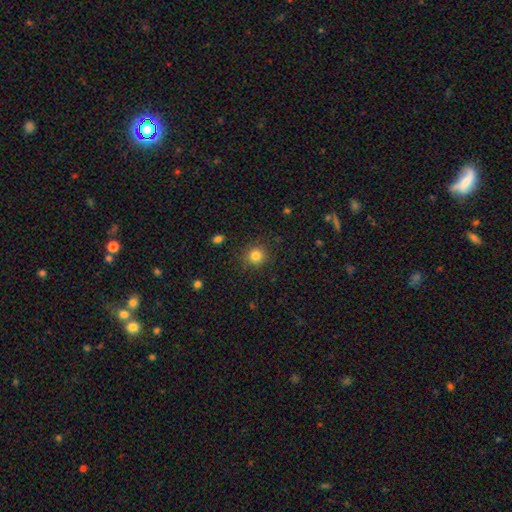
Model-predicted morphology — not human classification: smooth_or_featured: smooth (p=0.82) [alt: star or artifact p=0.12]
how_rounded: round (p=0.91) [alt: in between p=0.08]
merging: none (p=0.89) [alt: minor disturbance p=0.07]